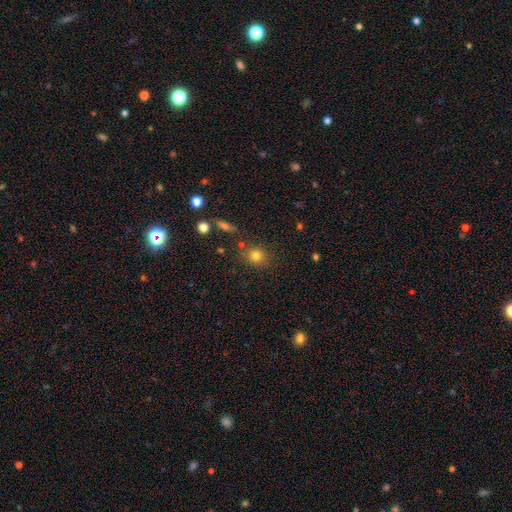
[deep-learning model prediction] A smooth galaxy with no disk features (79%) that is round (76%).

Vote fractions:
- Smooth or featured? smooth: 79% / star or artifact: 13% / featured or disk: 8%
- How rounded? round: 76% / in between: 23% / cigar-shaped: 1%
- Merging? none: 78% / minor disturbance: 12% / merger: 6% / major disturbance: 4%